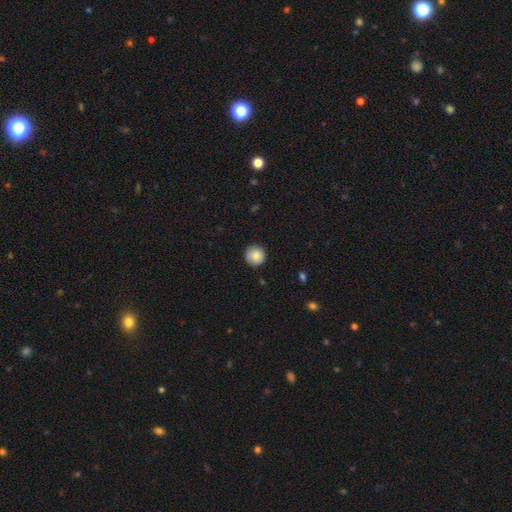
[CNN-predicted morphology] The model was most divided on "smooth or featured": smooth: 87%, star or artifact: 8%, featured or disk: 6%. More confident: how rounded — round (95%); merging — none (89%).